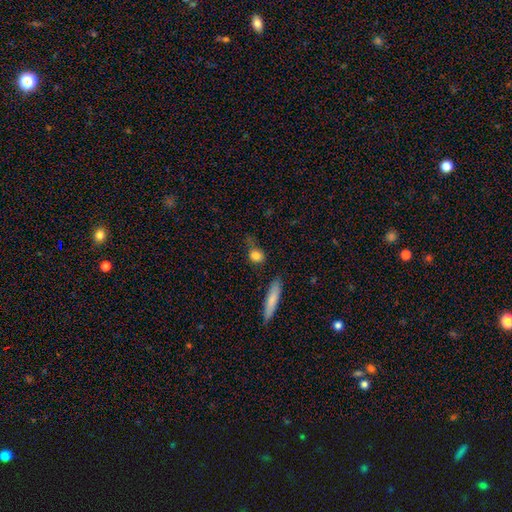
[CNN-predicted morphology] Smooth or featured?
  - smooth: 83% *
  - star or artifact: 9%
  - featured or disk: 9%
How rounded?
  - round: 47% *
  - in between: 43%
  - cigar-shaped: 10%
Merging?
  - none: 59% *
  - minor disturbance: 26%
  - major disturbance: 9%
  - merger: 5%